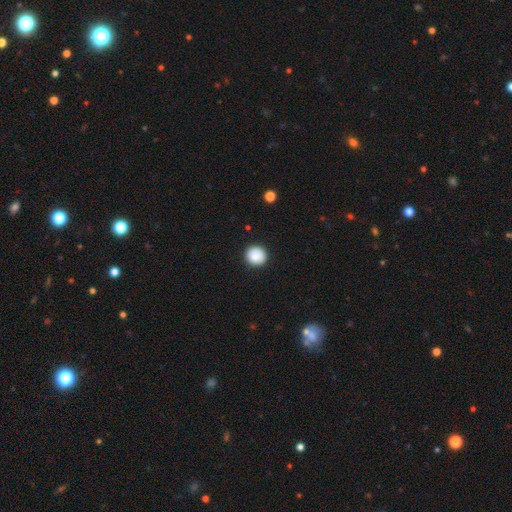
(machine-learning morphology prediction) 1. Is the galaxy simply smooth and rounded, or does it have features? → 86% smooth, 8% star or artifact, 5% featured or disk.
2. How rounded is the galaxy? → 93% round, 6% in between, 1% cigar-shaped.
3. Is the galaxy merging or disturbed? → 90% none, 7% minor disturbance, 2% major disturbance, 1% merger.